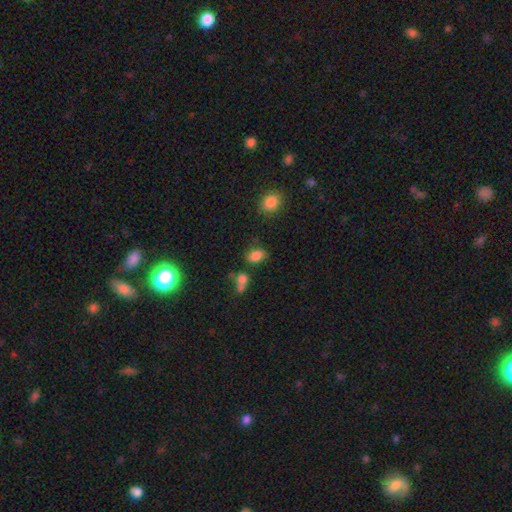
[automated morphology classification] smooth_or_featured: smooth (p=0.80) [alt: star or artifact p=0.12]
how_rounded: in between (p=0.77) [alt: round p=0.22]
merging: none (p=0.51) [alt: minor disturbance p=0.24]